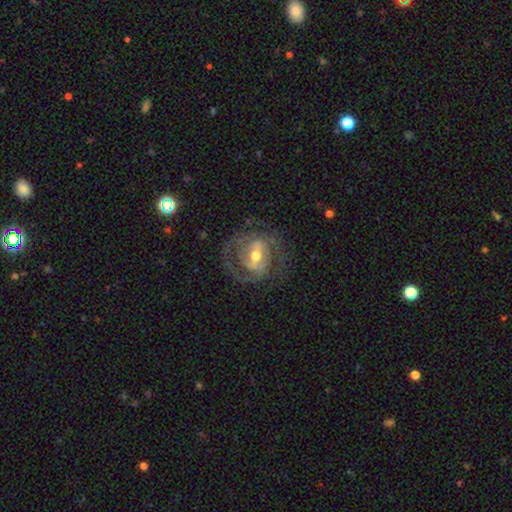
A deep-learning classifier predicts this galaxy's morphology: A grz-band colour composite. It shows a featured or disk galaxy (86%) with a strong bar (46%), 2 (62%) tight (45%) spiral arms (88%) and a moderate central bulge (68%). Merging: none (69%).